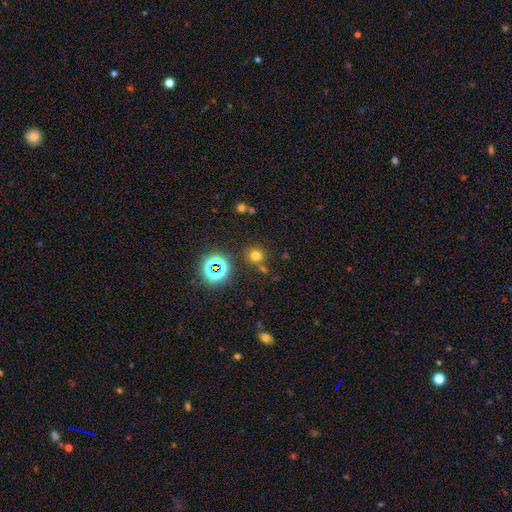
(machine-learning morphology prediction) The model was most divided on "smooth or featured": smooth: 66%, star or artifact: 26%, featured or disk: 7%. More confident: how rounded — round (91%); merging — none (78%).